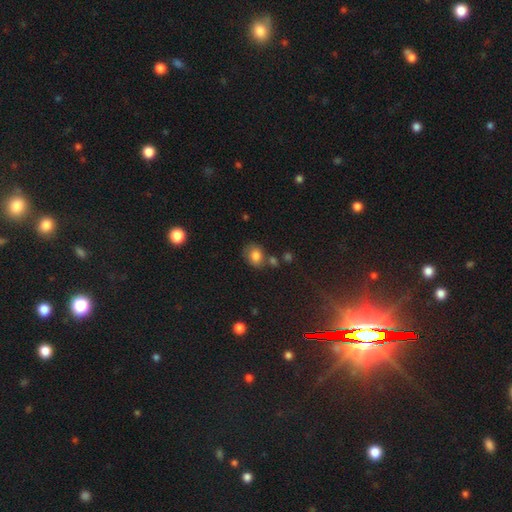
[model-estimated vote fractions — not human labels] This appears to be a smooth galaxy with no disk features (81%) that is round (51%). Merging: none (61%).